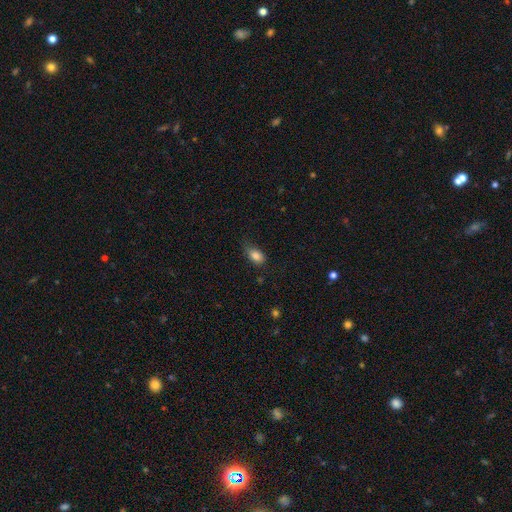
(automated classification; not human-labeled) smooth 84%, star or artifact 9%, featured or disk 7%. Down the decision tree: how rounded — in between (84%); merging — none (52%).